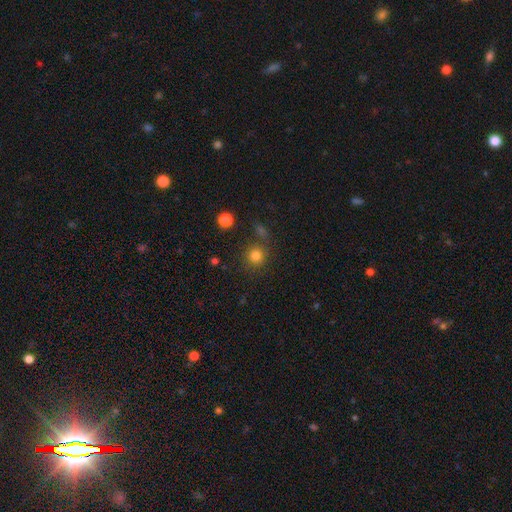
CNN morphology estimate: Q: Smooth or featured?
A: smooth (79%); runner-up: star or artifact (14%)
Q: How rounded?
A: round (91%); runner-up: in between (8%)
Q: Merging?
A: none (80%); runner-up: minor disturbance (9%)